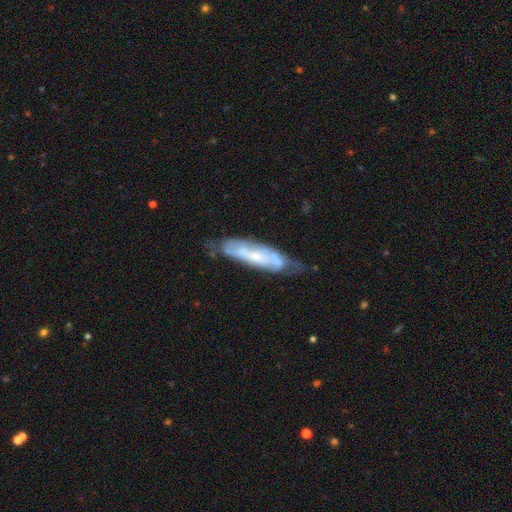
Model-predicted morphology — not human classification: Smooth or featured? Predicted: featured or disk (p=0.62). Edge-on disk? Predicted: no (p=0.65). Merging? Predicted: none (p=0.55).